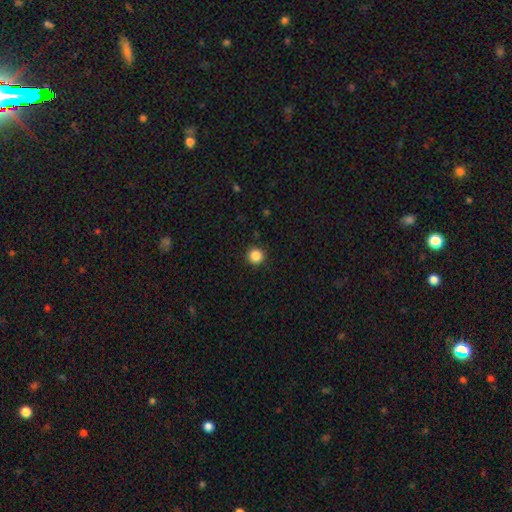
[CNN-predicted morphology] A smooth galaxy with no disk features (86%) that is round (96%). Merging: none (93%).